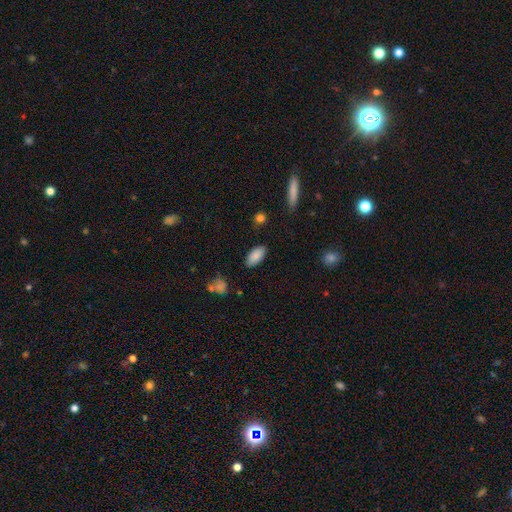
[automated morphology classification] Smooth or featured? Predicted: smooth (p=0.87). How rounded? Predicted: in between (p=0.92). Merging? Predicted: none (p=0.87).